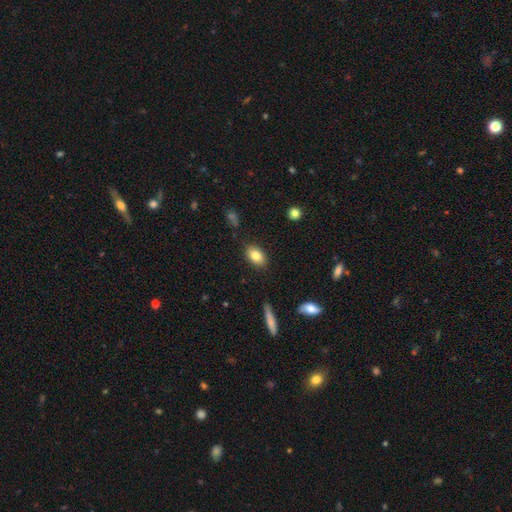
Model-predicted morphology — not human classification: Q: Smooth or featured?
A: smooth (83%); runner-up: featured or disk (9%)
Q: How rounded?
A: in between (88%); runner-up: round (10%)
Q: Merging?
A: none (86%); runner-up: minor disturbance (10%)